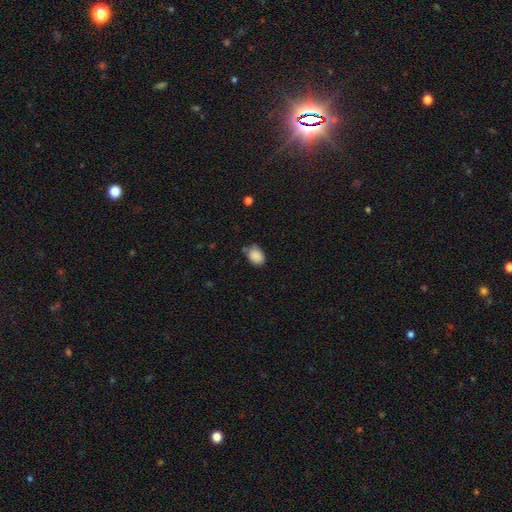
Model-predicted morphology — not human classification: This appears to be a smooth galaxy with no disk features (88%) that is in between round and cigar-shaped (75%). Merging: none (69%).